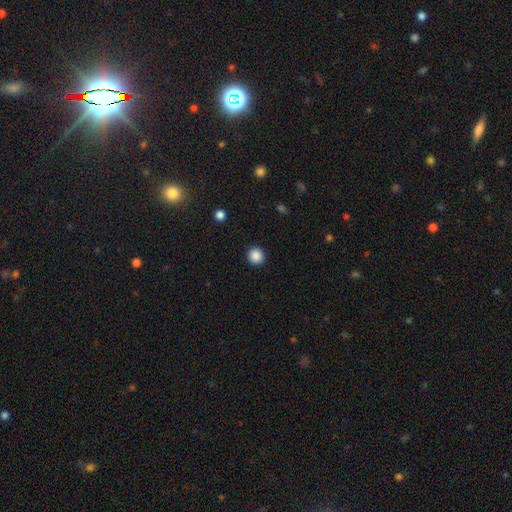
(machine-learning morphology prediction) This is clearly a smooth galaxy (88%). How rounded: clearly round (95%). Merging: clearly none (93%).